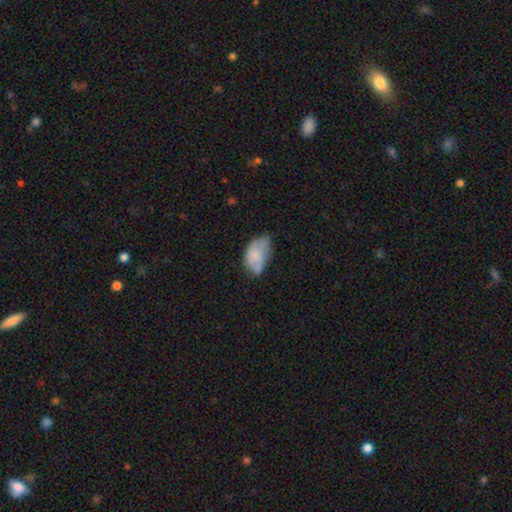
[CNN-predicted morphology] smooth_or_featured: smooth (p=0.71) [alt: featured or disk p=0.22]
how_rounded: in between (p=0.92) [alt: round p=0.06]
merging: minor disturbance (p=0.45) [alt: none p=0.35]